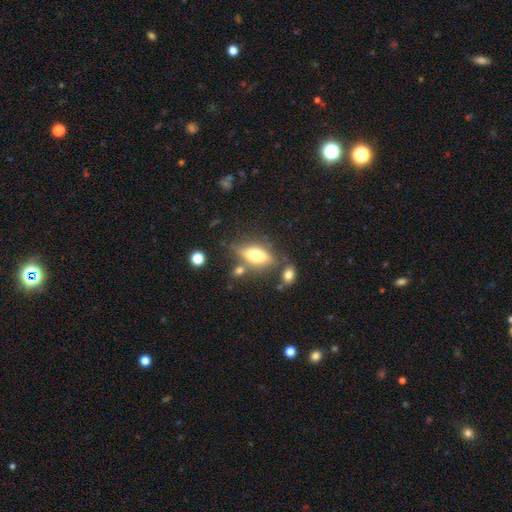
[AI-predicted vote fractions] This is likely a smooth galaxy (61%). How rounded: likely in between (78%). Merging: likely none (63%).